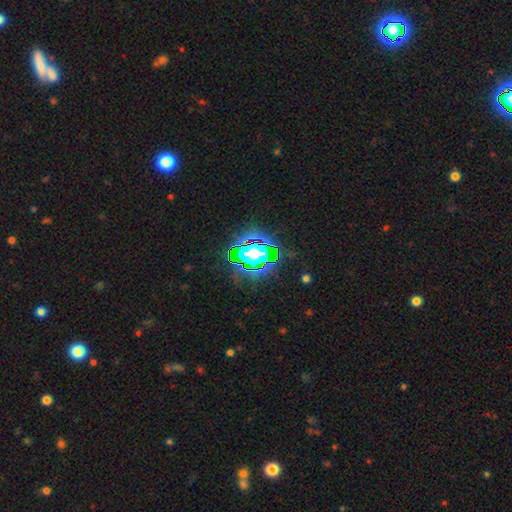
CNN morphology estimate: A star or artifact, not a galaxy (73%).